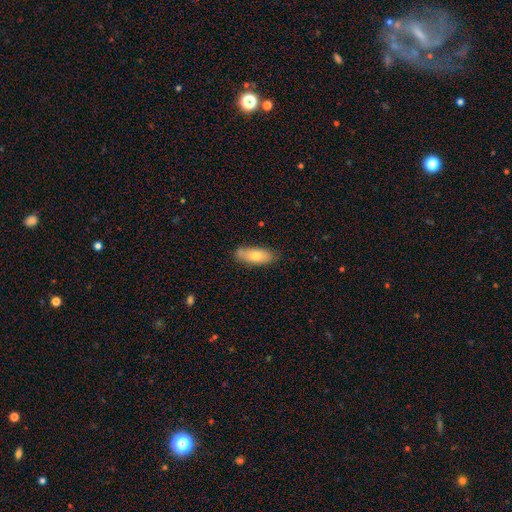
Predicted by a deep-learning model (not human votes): This is likely a smooth galaxy (74%). How rounded: likely in between (78%). Merging: likely none (75%).